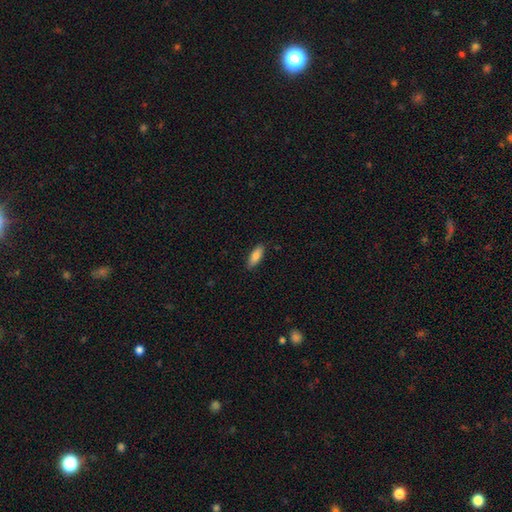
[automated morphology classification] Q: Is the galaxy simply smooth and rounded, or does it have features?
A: smooth — 83%.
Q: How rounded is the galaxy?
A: in between — 69%.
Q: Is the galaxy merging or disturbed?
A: none — 87%.